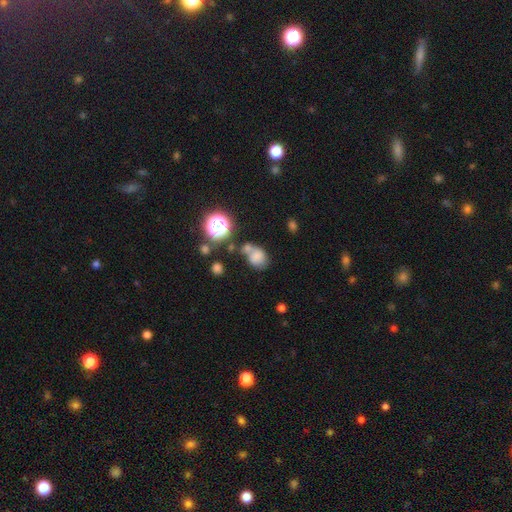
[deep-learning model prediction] smooth 68%, star or artifact 16%, featured or disk 15%. Down the decision tree: how rounded — in between (54%); merging — none (34%).